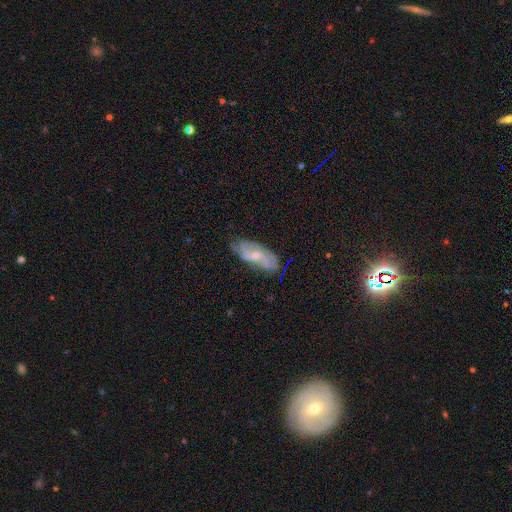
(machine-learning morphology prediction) featured or disk 71%, smooth 22%, star or artifact 7%. Down the decision tree: edge-on disk — no (89%); bar — no (45%); spiral arms — yes (86%); spiral arm count — 2 (53%); spiral winding — medium (41%); bulge size — small (59%); merging — none (67%).